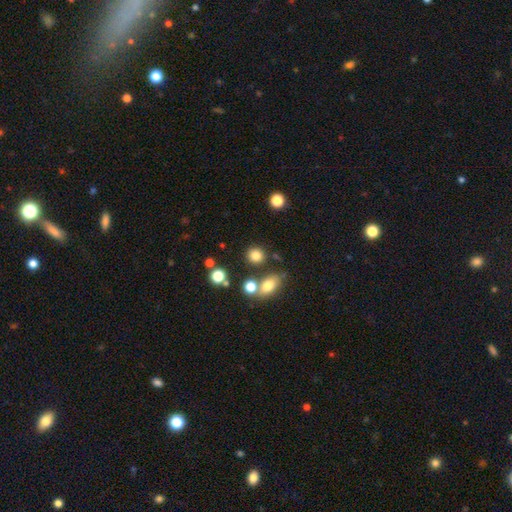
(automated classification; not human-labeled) The model was most divided on "smooth or featured": smooth: 81%, star or artifact: 12%, featured or disk: 7%. More confident: how rounded — round (85%); merging — none (78%).